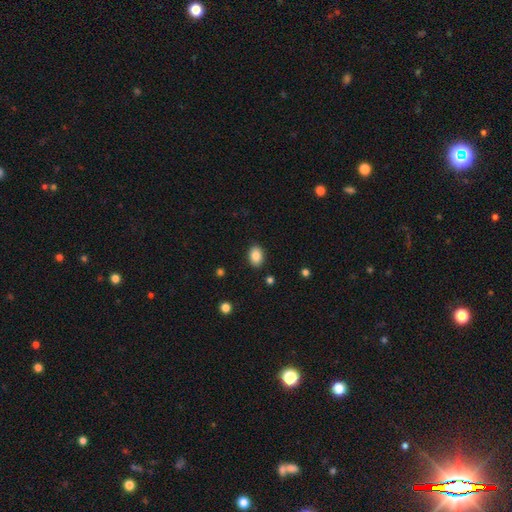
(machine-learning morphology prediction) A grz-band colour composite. It shows a smooth galaxy with no disk features (86%) that is in between round and cigar-shaped (80%). Merging: none (89%).